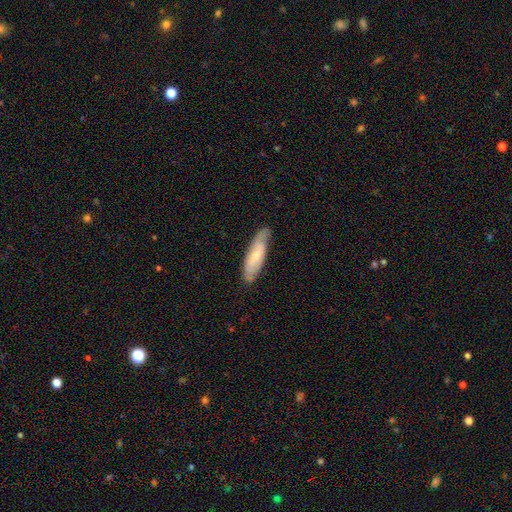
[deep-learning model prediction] Smooth or featured?
  - smooth: 47% * (tied)
  - featured or disk: 47% * (tied)
  - star or artifact: 6%
Merging?
  - none: 73% *
  - minor disturbance: 21%
  - major disturbance: 4%
  - merger: 1%